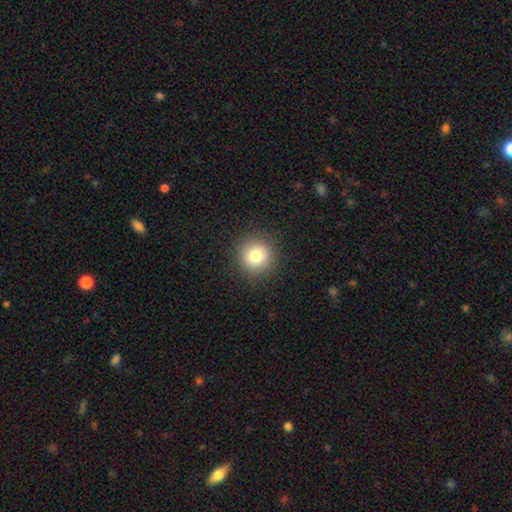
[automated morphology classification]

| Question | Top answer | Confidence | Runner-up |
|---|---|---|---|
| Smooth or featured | smooth | 80% | star or artifact (12%) |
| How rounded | round | 93% | in between (6%) |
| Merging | none | 91% | minor disturbance (6%) |